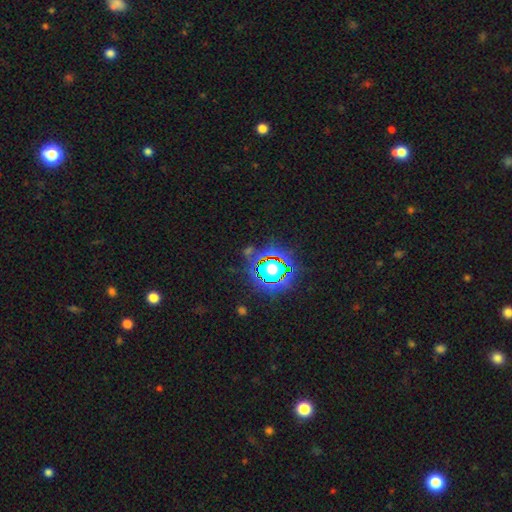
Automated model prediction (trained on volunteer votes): Smooth or featured: star or artifact — 82% (smooth — 11%)